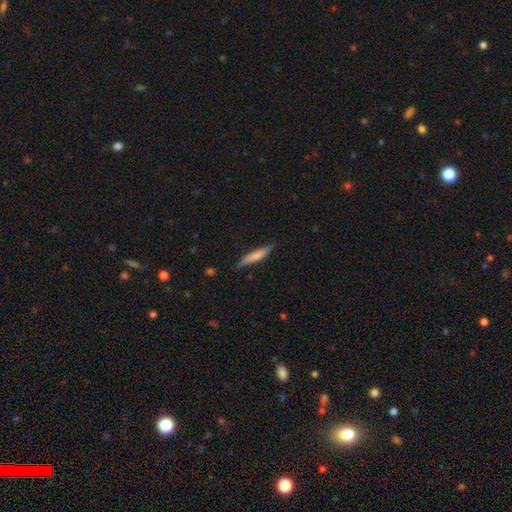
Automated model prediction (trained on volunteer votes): smooth_or_featured: smooth (p=0.69) [alt: featured or disk p=0.25]
how_rounded: cigar-shaped (p=0.88) [alt: in between p=0.10]
merging: none (p=0.78) [alt: minor disturbance p=0.18]